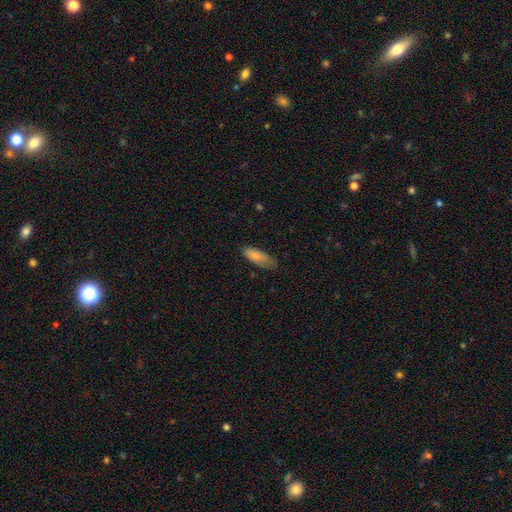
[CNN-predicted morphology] A smooth galaxy with no disk features (82%) that is in between round and cigar-shaped (69%). Merging: none (59%).